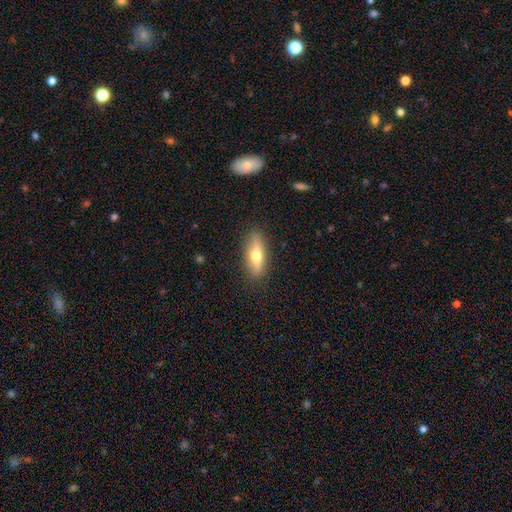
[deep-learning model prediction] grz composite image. It shows a smooth galaxy with no disk features (53%) that is in between round and cigar-shaped (49%). Merging: none (87%).